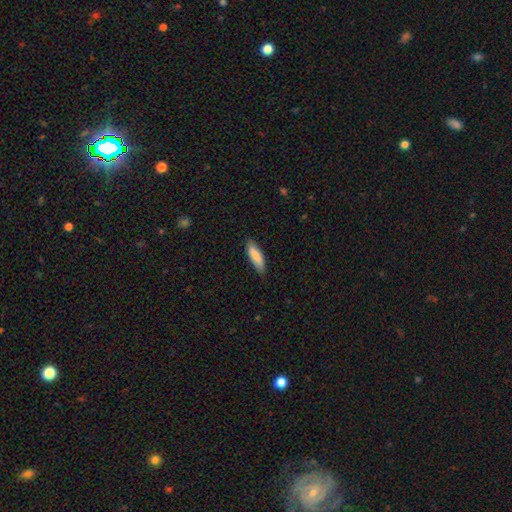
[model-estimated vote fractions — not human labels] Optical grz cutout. It shows a smooth galaxy with no disk features (83%) that is cigar-shaped (51%). Merging: none (82%).